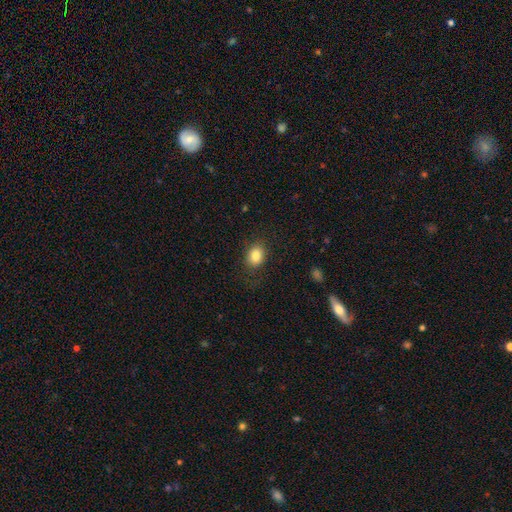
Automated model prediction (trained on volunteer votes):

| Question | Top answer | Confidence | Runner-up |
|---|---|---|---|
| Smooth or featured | smooth | 84% | star or artifact (9%) |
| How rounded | in between | 58% | round (41%) |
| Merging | none | 83% | minor disturbance (12%) |